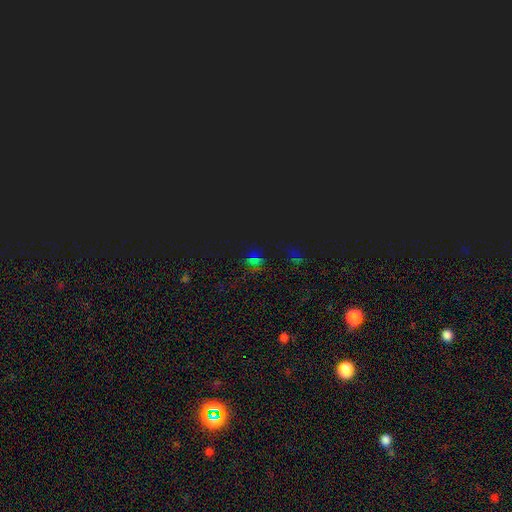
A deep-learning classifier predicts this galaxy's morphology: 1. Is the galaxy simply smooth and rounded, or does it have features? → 73% star or artifact, 20% smooth, 7% featured or disk.